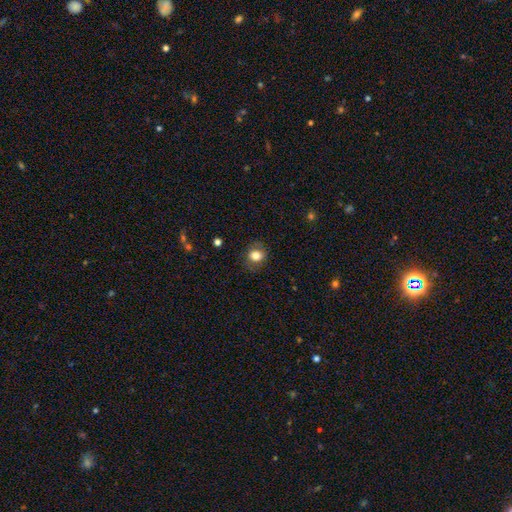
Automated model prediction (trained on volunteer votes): This is likely a smooth galaxy (80%). How rounded: likely round (67%). Merging: clearly none (82%).